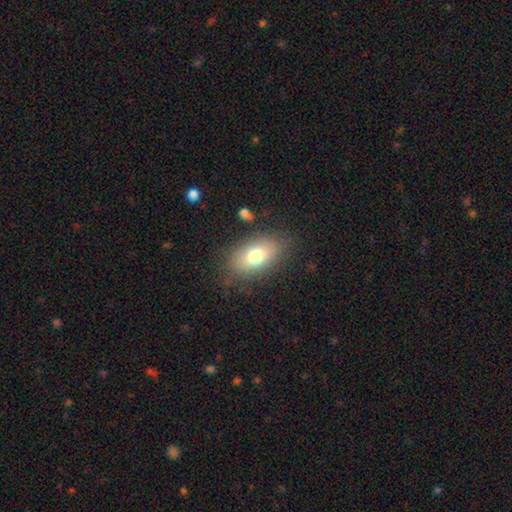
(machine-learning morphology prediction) type=smooth (74%); roundness=in between (88%); merging=none (80%).